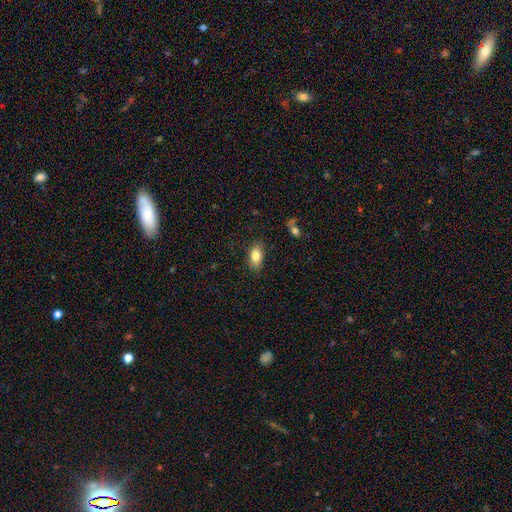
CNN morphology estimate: smooth 81%, featured or disk 11%, star or artifact 8%. Down the decision tree: how rounded — in between (89%); merging — none (82%).